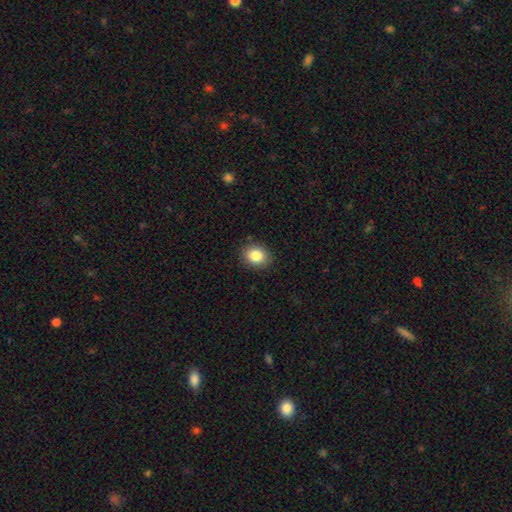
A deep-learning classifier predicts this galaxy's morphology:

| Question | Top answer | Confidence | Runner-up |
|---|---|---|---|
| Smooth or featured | smooth | 85% | star or artifact (9%) |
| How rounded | round | 53% | in between (46%) |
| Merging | none | 89% | minor disturbance (8%) |